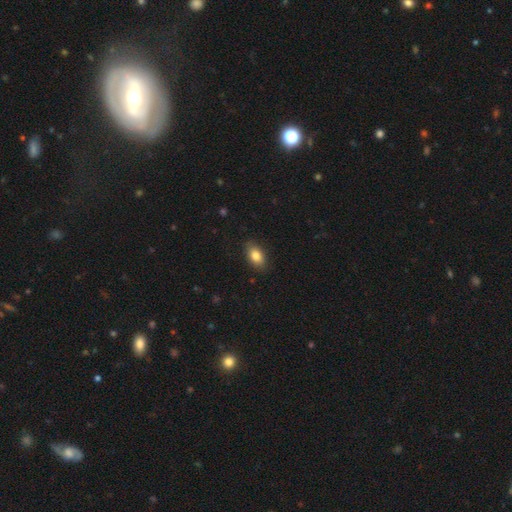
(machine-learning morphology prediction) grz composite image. It shows a smooth galaxy with no disk features (83%) that is in between round and cigar-shaped (89%). Merging: none (86%).